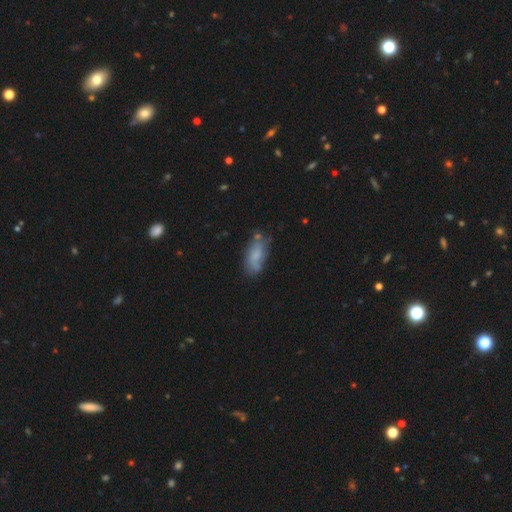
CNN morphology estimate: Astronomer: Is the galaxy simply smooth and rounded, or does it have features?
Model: smooth — 58% (runner-up: featured or disk, 34%).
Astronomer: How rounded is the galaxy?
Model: in between — 80%.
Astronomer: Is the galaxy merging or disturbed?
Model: none — 60%.